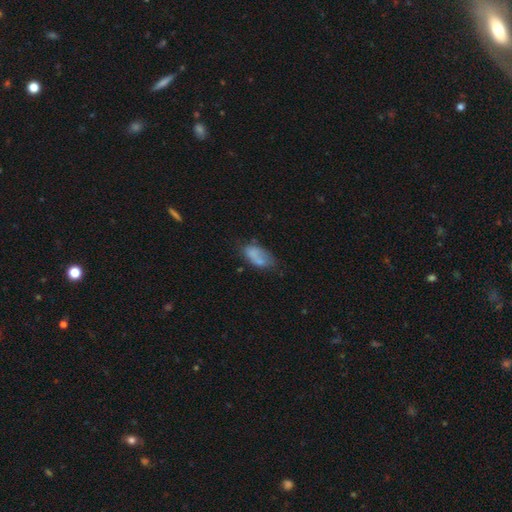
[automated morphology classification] Smooth or featured? Predicted: smooth (p=0.69). How rounded? Predicted: in between (p=0.90). Merging? Predicted: none (p=0.46).